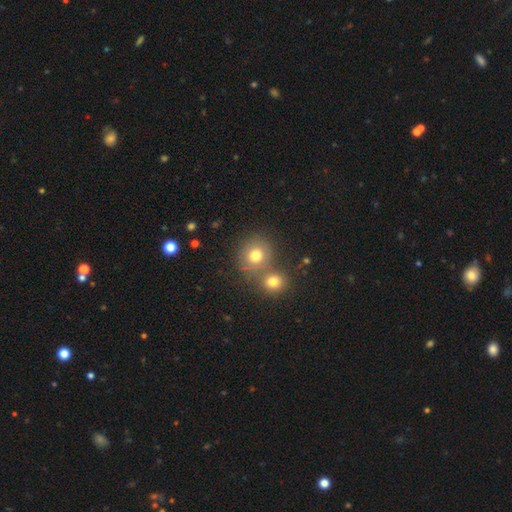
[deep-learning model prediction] Smooth or featured: smooth — 76% (star or artifact — 13%)
How rounded: round — 84% (in between — 15%)
Merging: none — 54% (merger — 34%)